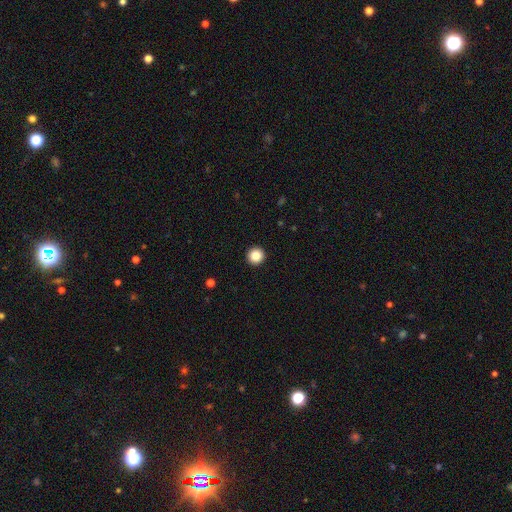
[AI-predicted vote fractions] Smooth or featured: smooth — 85% (star or artifact — 10%)
How rounded: round — 96% (in between — 3%)
Merging: none — 94% (minor disturbance — 4%)